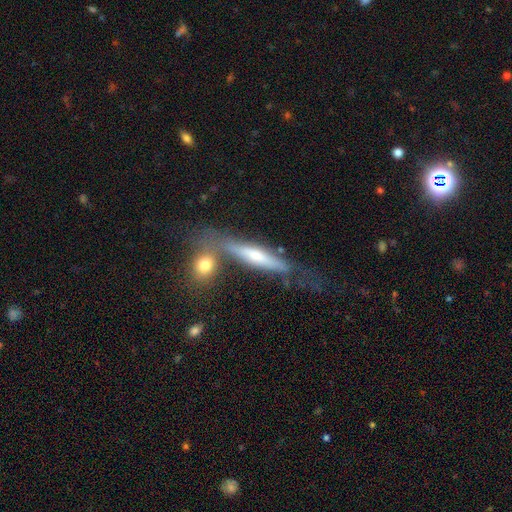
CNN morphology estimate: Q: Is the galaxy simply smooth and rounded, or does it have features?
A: featured or disk — 50%.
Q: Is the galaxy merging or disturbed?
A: none — 50%.